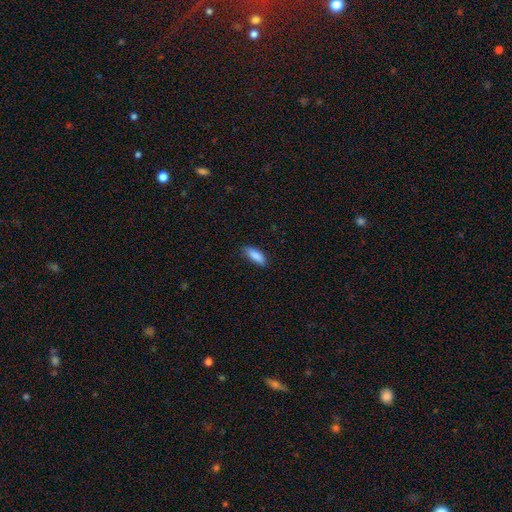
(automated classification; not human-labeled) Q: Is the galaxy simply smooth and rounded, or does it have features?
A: smooth — 87%.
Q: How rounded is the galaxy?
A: in between — 74%.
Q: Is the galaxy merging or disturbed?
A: none — 77%.